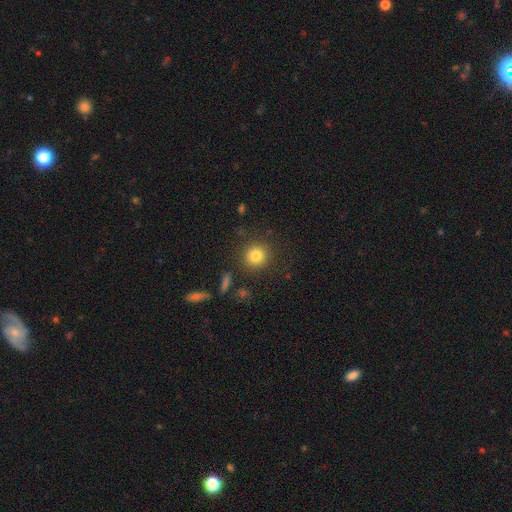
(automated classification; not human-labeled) smooth_or_featured: smooth (p=0.82) [alt: star or artifact p=0.11]
how_rounded: round (p=0.91) [alt: in between p=0.08]
merging: none (p=0.87) [alt: minor disturbance p=0.08]